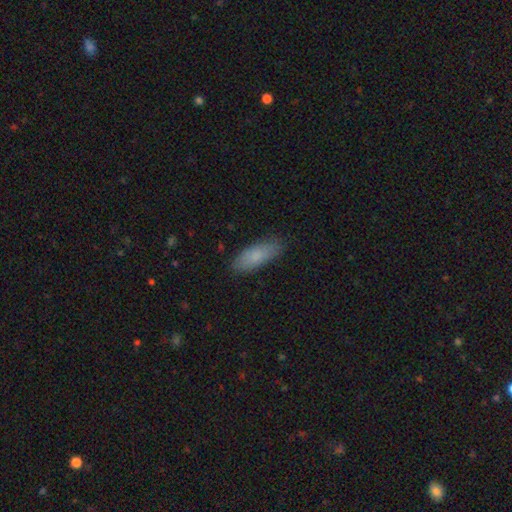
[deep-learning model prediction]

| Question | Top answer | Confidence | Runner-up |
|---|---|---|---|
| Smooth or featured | smooth | 83% | featured or disk (11%) |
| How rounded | in between | 66% | cigar-shaped (32%) |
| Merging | none | 84% | minor disturbance (13%) |